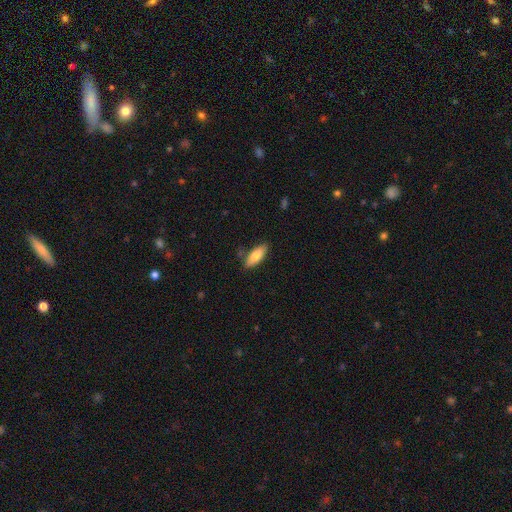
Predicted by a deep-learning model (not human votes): A smooth galaxy with no disk features (76%) that is in between round and cigar-shaped (66%). Merging: none (81%).